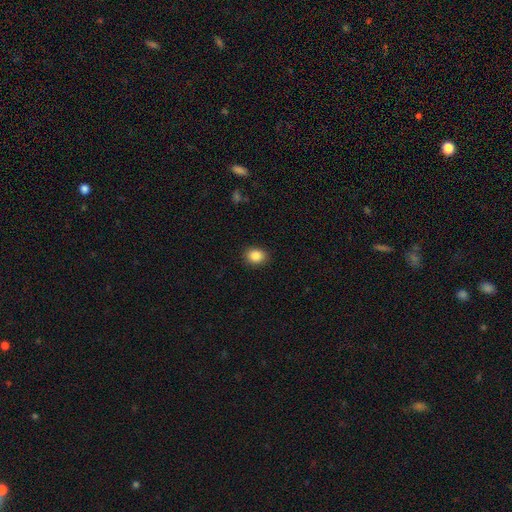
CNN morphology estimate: A smooth galaxy with no disk features (87%) that is in between round and cigar-shaped (52%). Merging: none (89%).